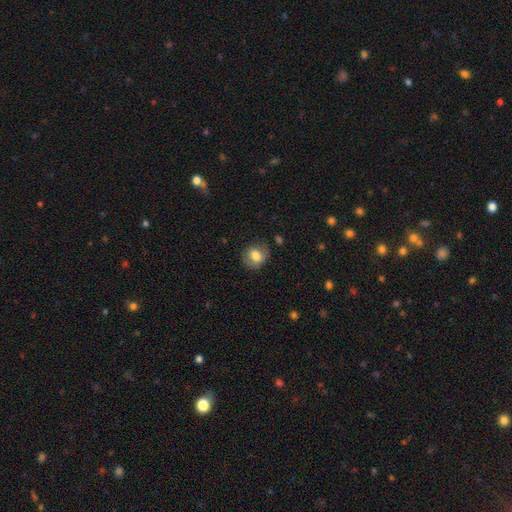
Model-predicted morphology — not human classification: Smooth or featured? smooth (74%)
How rounded? round (65%)
Merging? none (67%)